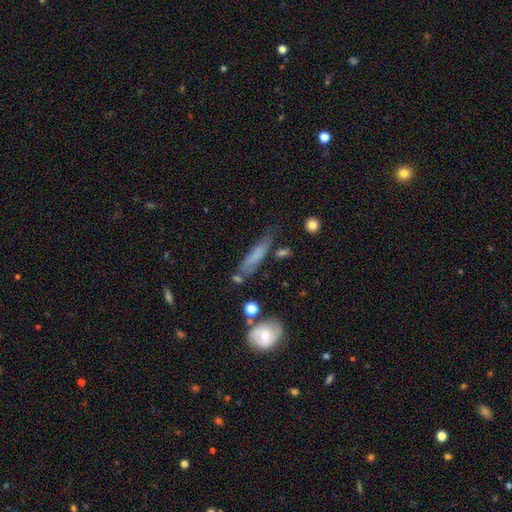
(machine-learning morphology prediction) This is possibly a smooth galaxy (58%). How rounded: likely cigar-shaped (78%). Merging: possibly none (57%).